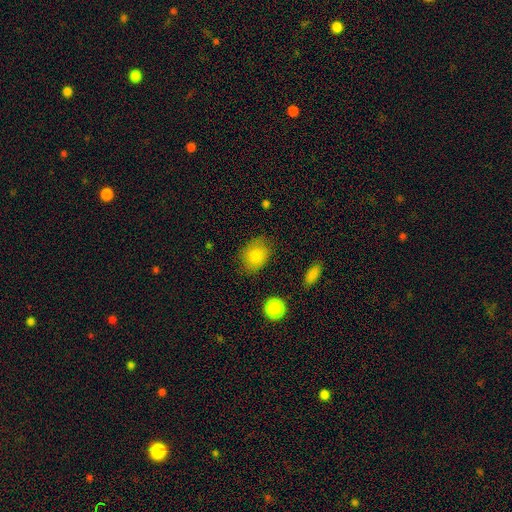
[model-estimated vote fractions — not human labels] This is clearly a smooth galaxy (81%). How rounded: likely in between (63%). Merging: likely none (78%).